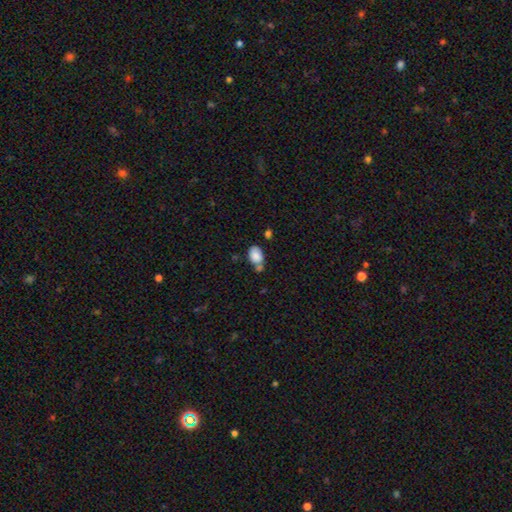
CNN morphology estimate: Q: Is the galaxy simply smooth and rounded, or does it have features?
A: smooth — 85%.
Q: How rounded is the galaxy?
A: in between — 85%.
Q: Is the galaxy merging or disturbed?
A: none — 47%.